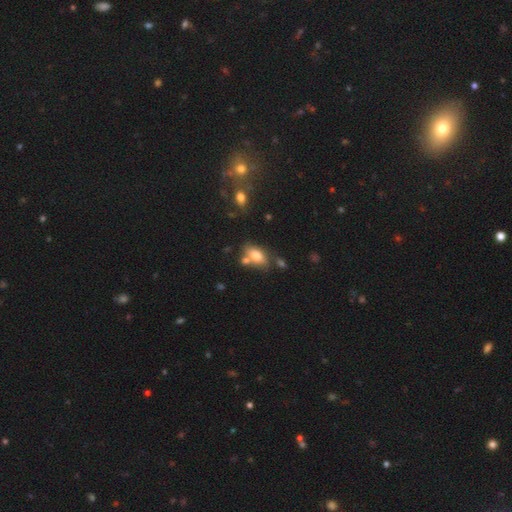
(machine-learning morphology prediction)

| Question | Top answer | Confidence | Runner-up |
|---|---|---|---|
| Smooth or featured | smooth | 76% | featured or disk (16%) |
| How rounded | in between | 87% | round (7%) |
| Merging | none | 56% | merger (23%) |